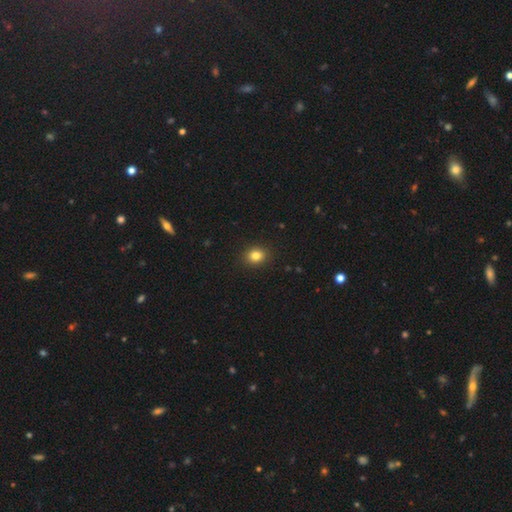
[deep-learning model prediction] The model was most divided on "how rounded": round: 60%, in between: 39%, cigar-shaped: 1%. More confident: merging — none (90%); smooth or featured — smooth (83%).